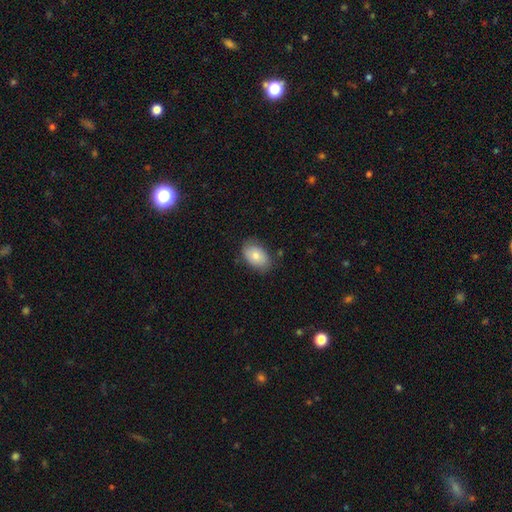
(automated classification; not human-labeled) Q: Smooth or featured?
A: smooth (79%); runner-up: featured or disk (14%)
Q: How rounded?
A: in between (88%); runner-up: round (10%)
Q: Merging?
A: none (77%); runner-up: minor disturbance (18%)